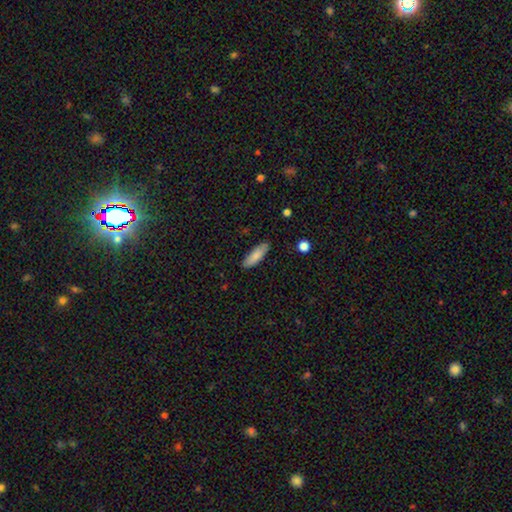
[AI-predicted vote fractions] This is clearly a smooth galaxy (84%). How rounded: possibly in between (50%). Merging: clearly none (84%).